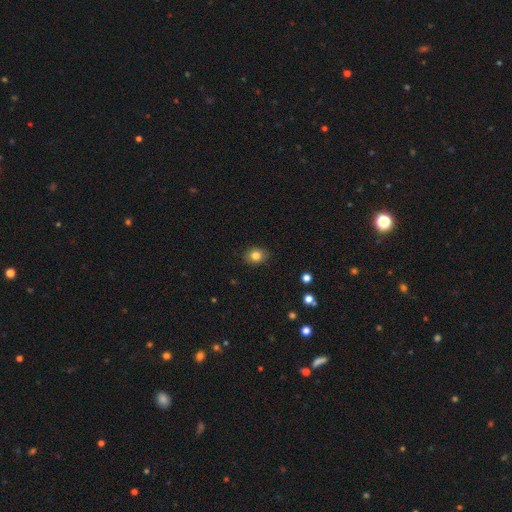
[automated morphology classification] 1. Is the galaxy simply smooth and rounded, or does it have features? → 83% smooth, 11% star or artifact, 7% featured or disk.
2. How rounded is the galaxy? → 54% round, 45% in between, 1% cigar-shaped.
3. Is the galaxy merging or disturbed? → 87% none, 10% minor disturbance, 2% major disturbance, 1% merger.